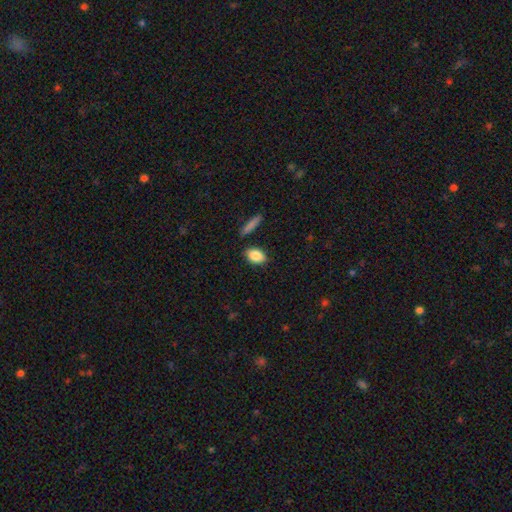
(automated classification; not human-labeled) This appears to be a smooth galaxy with no disk features (87%) that is in between round and cigar-shaped (84%). Merging: none (84%).